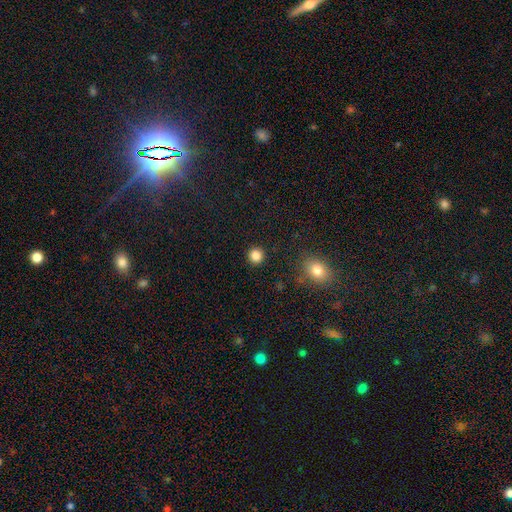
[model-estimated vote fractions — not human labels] smooth_or_featured: smooth (p=0.84) [alt: star or artifact p=0.11]
how_rounded: round (p=0.94) [alt: in between p=0.05]
merging: none (p=0.93) [alt: minor disturbance p=0.04]